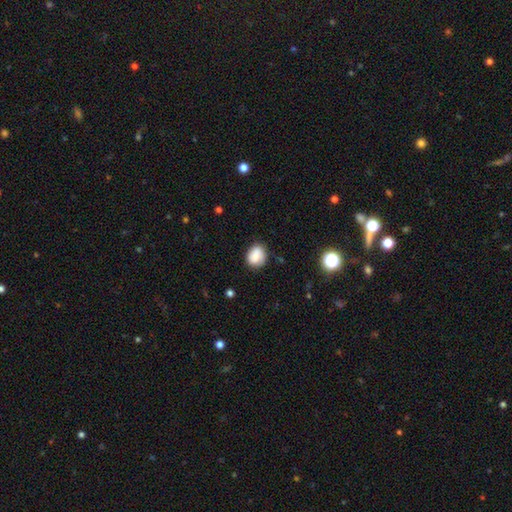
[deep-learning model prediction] This is clearly a smooth galaxy (81%). How rounded: possibly round (55%). Merging: likely none (74%).